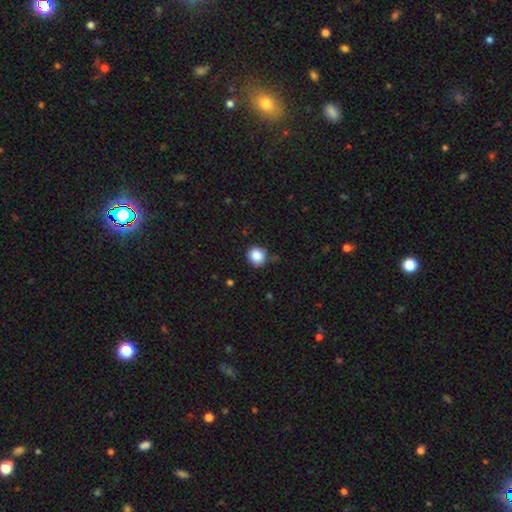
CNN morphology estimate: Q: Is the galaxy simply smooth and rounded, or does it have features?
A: smooth — 86%.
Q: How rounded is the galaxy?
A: round — 88%.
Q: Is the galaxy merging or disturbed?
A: none — 83%.